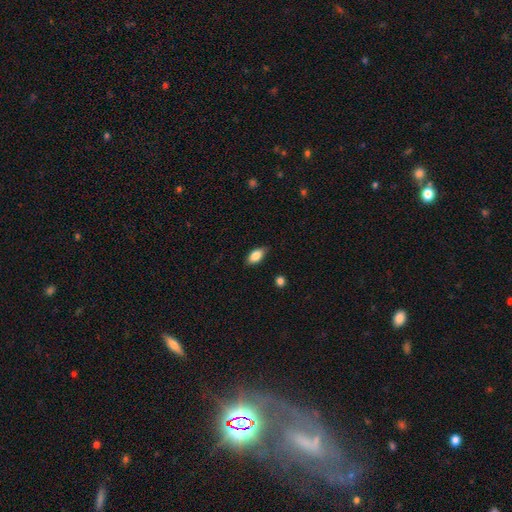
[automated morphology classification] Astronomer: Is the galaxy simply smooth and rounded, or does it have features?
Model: smooth — 84%.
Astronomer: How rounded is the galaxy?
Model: in between — 90%.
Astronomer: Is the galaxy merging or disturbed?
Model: none — 81%.